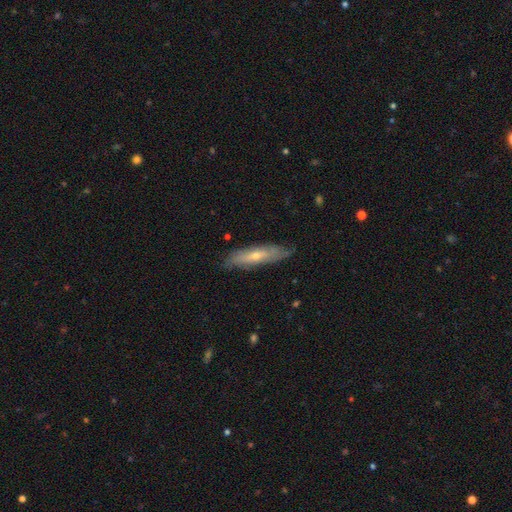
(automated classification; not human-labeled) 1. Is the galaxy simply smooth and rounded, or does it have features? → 57% featured or disk, 37% smooth, 6% star or artifact.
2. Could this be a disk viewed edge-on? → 52% yes, 48% no.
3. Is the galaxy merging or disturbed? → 75% none, 19% minor disturbance, 4% major disturbance, 1% merger.